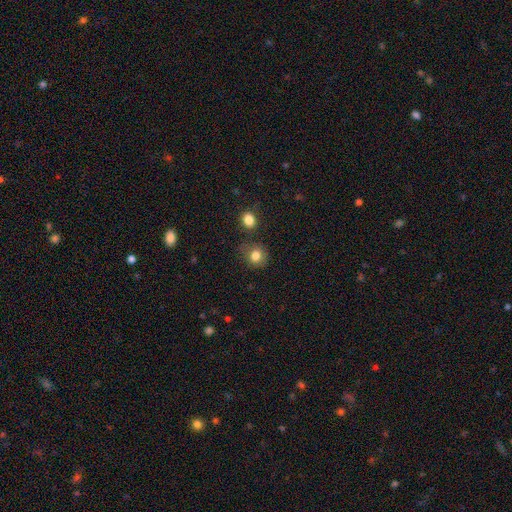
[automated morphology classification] smooth 81%, star or artifact 11%, featured or disk 8%. Down the decision tree: how rounded — round (74%); merging — none (68%).